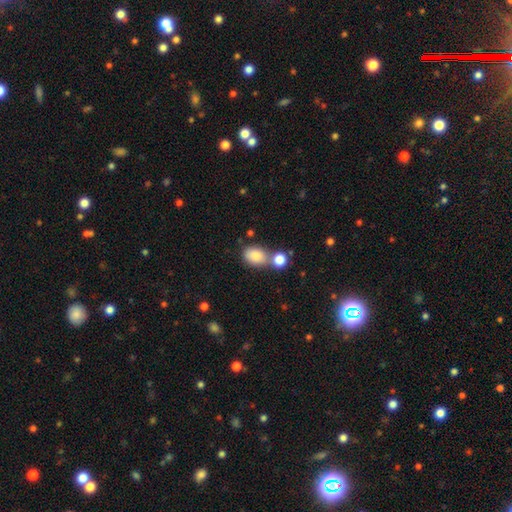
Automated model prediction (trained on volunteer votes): Smooth or featured?
  - smooth: 84% *
  - star or artifact: 8%
  - featured or disk: 7%
How rounded?
  - in between: 72% *
  - round: 26%
  - cigar-shaped: 1%
Merging?
  - none: 48% *
  - merger: 33%
  - minor disturbance: 13%
  - major disturbance: 5%